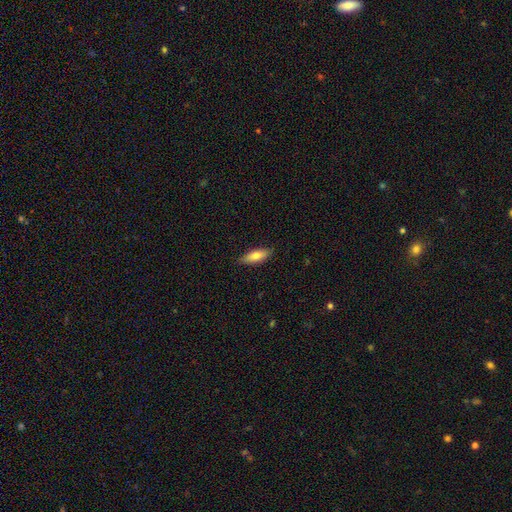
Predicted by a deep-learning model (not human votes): Smooth or featured?
  - smooth: 75% *
  - featured or disk: 19%
  - star or artifact: 6%
How rounded?
  - in between: 58% *
  - cigar-shaped: 40%
  - round: 2%
Merging?
  - none: 85% *
  - minor disturbance: 12%
  - major disturbance: 2%
  - merger: 1%